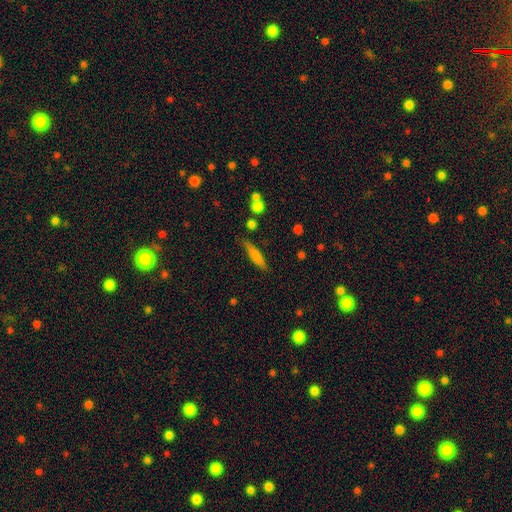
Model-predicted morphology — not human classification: This is likely a smooth galaxy (71%). How rounded: clearly cigar-shaped (82%). Merging: likely none (80%).